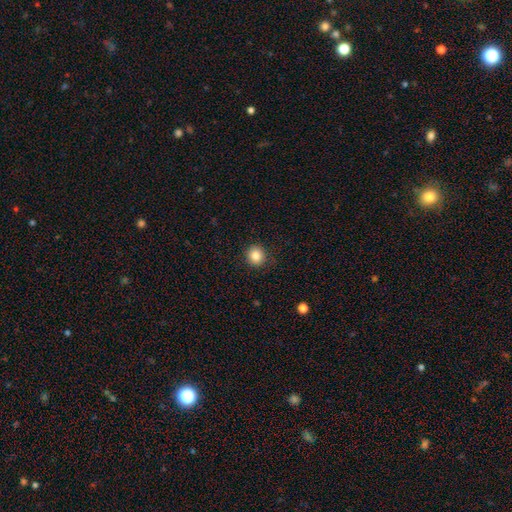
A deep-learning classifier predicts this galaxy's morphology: Smooth or featured? smooth (84%)
How rounded? round (90%)
Merging? none (89%)